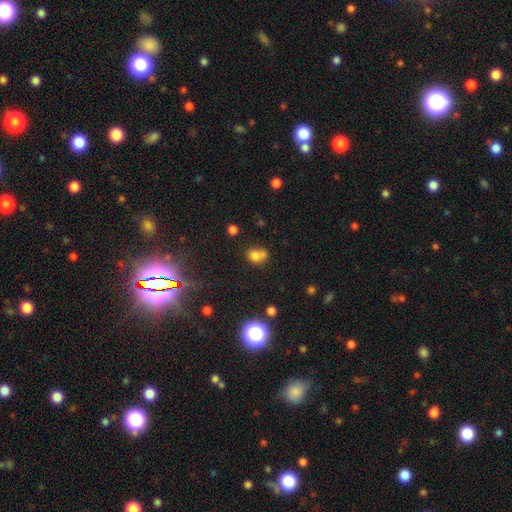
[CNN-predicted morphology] smooth_or_featured: smooth (p=0.72) [alt: star or artifact p=0.15]
how_rounded: round (p=0.61) [alt: in between p=0.38]
merging: merger (p=0.50) [alt: none p=0.34]